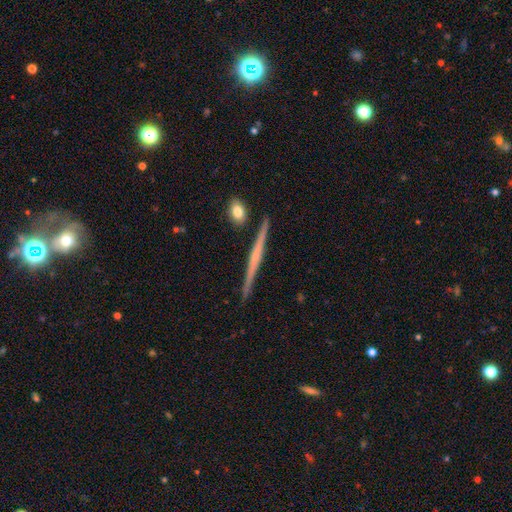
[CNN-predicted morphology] Overall: featured or disk (72%). Edge-on disk: yes (98%). Edge-on bulge: none (53%; rounded 35%). Merging: none (89%).